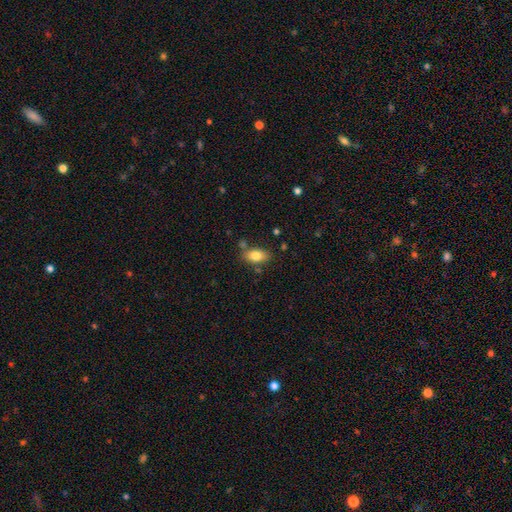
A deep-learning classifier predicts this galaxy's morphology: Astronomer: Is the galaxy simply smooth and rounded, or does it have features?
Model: smooth — 80%.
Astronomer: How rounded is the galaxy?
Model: in between — 89%.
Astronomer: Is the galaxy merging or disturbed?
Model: none — 73%.